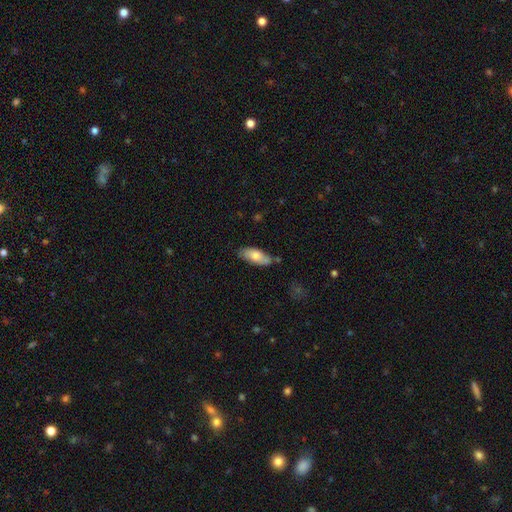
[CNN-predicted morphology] The model was most divided on "merging": none: 70%, minor disturbance: 20%, merger: 6%, major disturbance: 4%. More confident: how rounded — in between (82%); smooth or featured — smooth (73%).